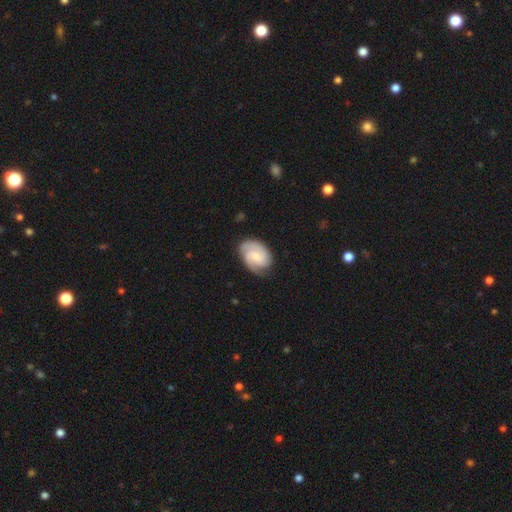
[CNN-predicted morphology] featured or disk 75%, smooth 20%, star or artifact 5%. Down the decision tree: edge-on disk — no (97%); bar — no (53%); spiral arms — yes (96%); spiral arm count — 2 (54%); spiral winding — tight (51%); bulge size — small (55%); merging — none (74%).